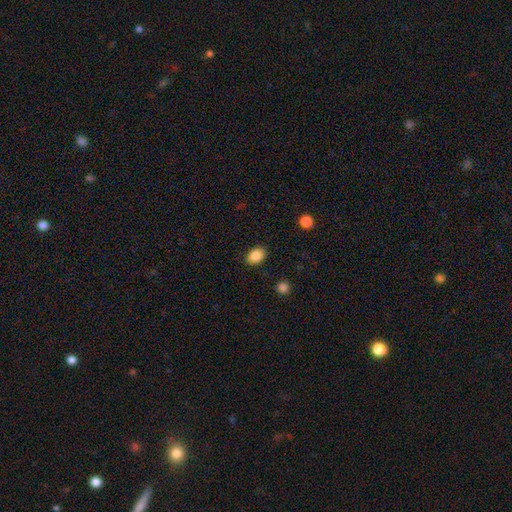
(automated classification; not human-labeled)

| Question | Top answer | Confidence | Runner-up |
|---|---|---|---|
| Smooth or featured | smooth | 88% | star or artifact (8%) |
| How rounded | in between | 70% | round (29%) |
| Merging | none | 86% | minor disturbance (10%) |